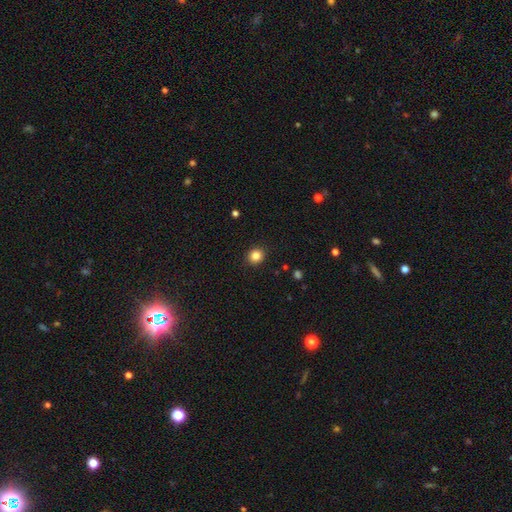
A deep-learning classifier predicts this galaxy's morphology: This is clearly a smooth galaxy (84%). How rounded: clearly round (84%). Merging: clearly none (91%).